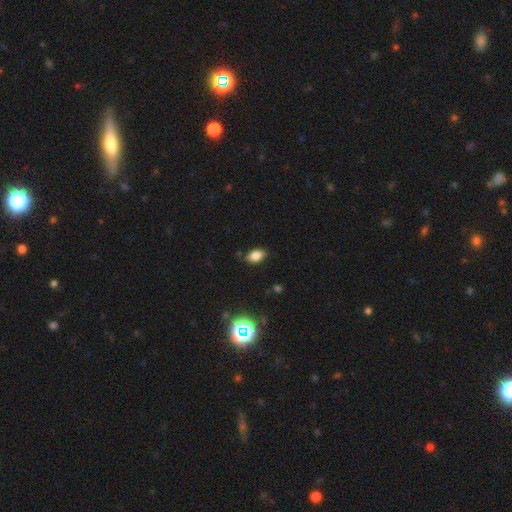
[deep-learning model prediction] smooth 82%, star or artifact 11%, featured or disk 7%. Down the decision tree: how rounded — in between (90%); merging — none (84%).